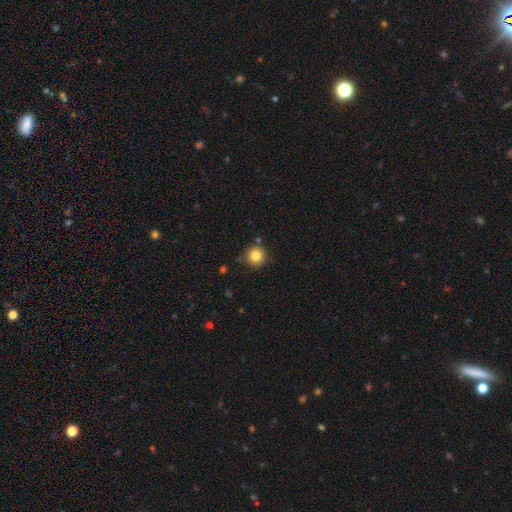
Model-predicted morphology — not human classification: smooth_or_featured: smooth (p=0.84) [alt: star or artifact p=0.11]
how_rounded: round (p=0.94) [alt: in between p=0.05]
merging: none (p=0.82) [alt: minor disturbance p=0.11]